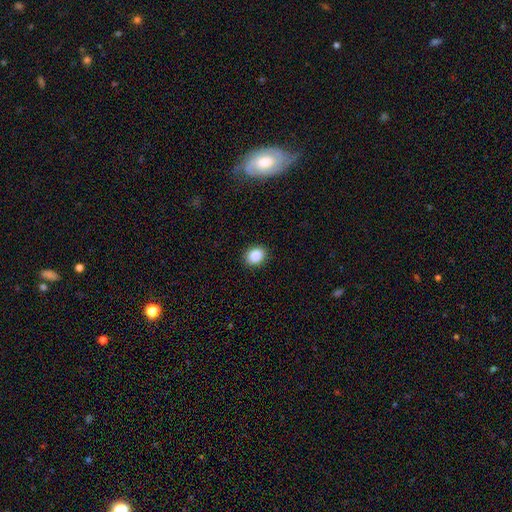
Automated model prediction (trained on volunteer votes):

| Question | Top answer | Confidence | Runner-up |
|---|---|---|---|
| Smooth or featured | smooth | 85% | star or artifact (10%) |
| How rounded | round | 55% | in between (44%) |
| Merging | none | 91% | minor disturbance (6%) |